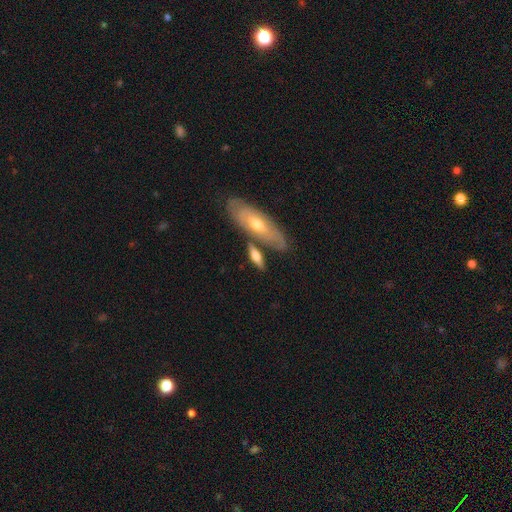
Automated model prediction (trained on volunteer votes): A smooth galaxy with no disk features (54%) that is in between round and cigar-shaped (55%). Merging: none (60%).